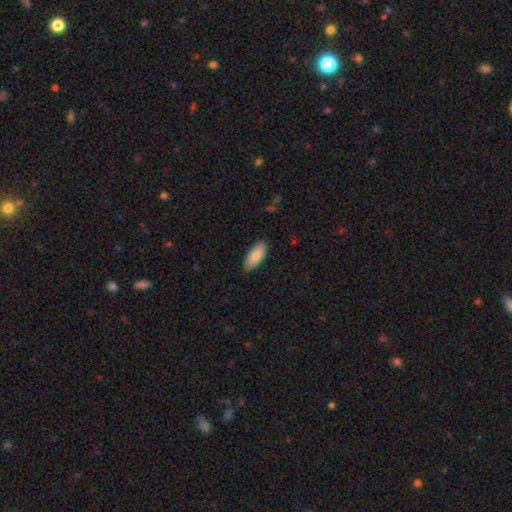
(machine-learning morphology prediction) Smooth or featured?
  - smooth: 86% *
  - featured or disk: 8%
  - star or artifact: 5%
How rounded?
  - in between: 83% *
  - cigar-shaped: 15%
  - round: 2%
Merging?
  - none: 87% *
  - minor disturbance: 10%
  - major disturbance: 2%
  - merger: 1%